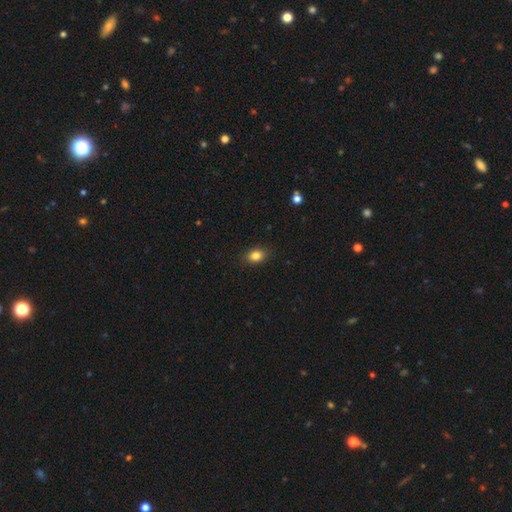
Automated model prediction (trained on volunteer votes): Smooth or featured?
  - smooth: 84% *
  - star or artifact: 10%
  - featured or disk: 6%
How rounded?
  - in between: 74% *
  - round: 25%
  - cigar-shaped: 1%
Merging?
  - none: 88% *
  - minor disturbance: 9%
  - major disturbance: 2%
  - merger: 1%